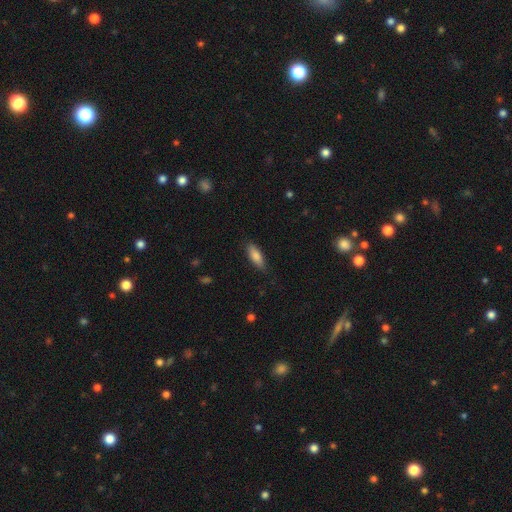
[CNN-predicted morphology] The model was most divided on "how rounded": in between: 65%, cigar-shaped: 33%, round: 2%. More confident: merging — none (84%); smooth or featured — smooth (82%).